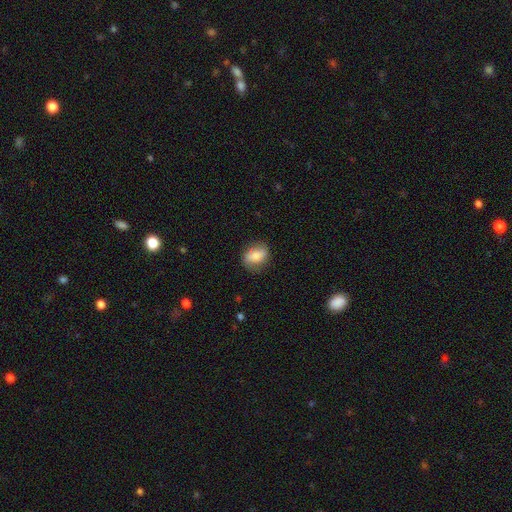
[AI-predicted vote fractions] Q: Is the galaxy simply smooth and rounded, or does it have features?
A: smooth — 73%.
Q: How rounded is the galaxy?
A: in between — 67%.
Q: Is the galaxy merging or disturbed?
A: none — 76%.